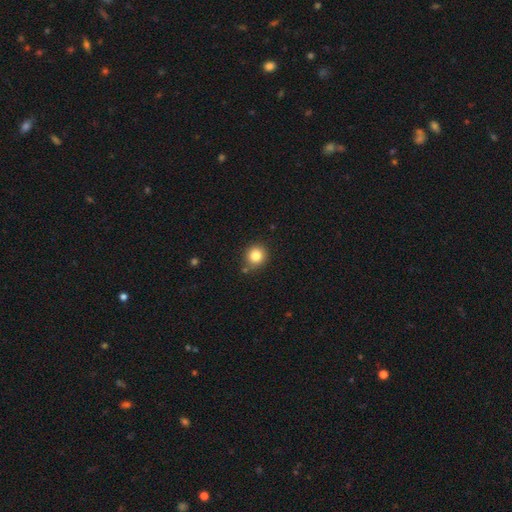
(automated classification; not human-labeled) smooth 83%, star or artifact 11%, featured or disk 6%. Down the decision tree: how rounded — round (89%); merging — none (83%).